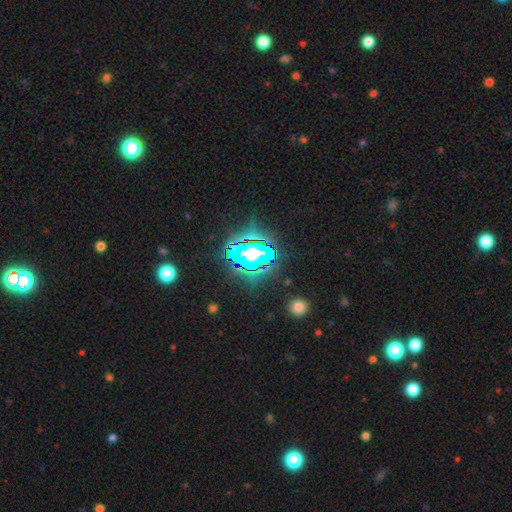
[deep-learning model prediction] Smooth or featured? star or artifact (78%)